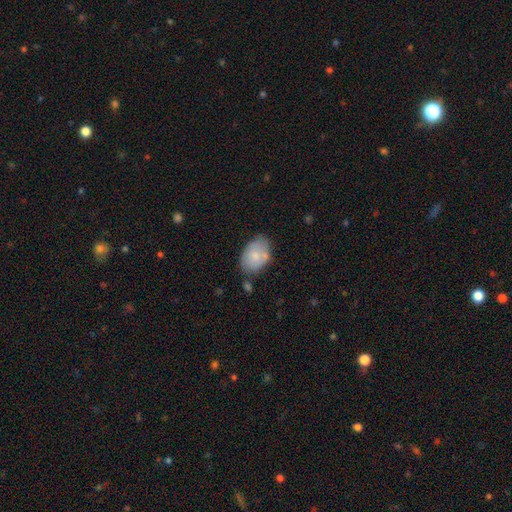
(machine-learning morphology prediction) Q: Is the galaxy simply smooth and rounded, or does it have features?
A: smooth — 76%.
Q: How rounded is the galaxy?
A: in between — 87%.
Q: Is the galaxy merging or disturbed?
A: none — 57%.